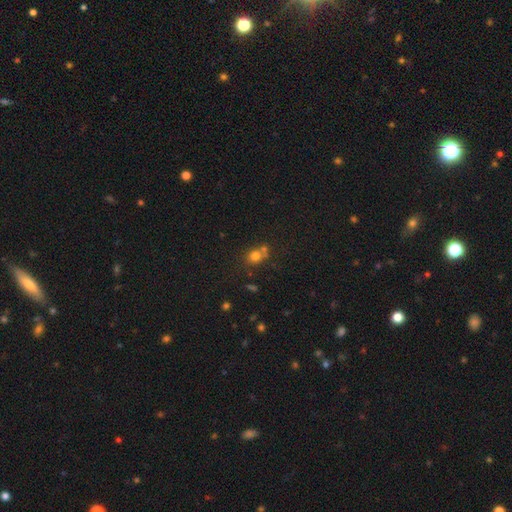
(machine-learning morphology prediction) The model was most divided on "merging": none: 52%, merger: 33%, minor disturbance: 11%, major disturbance: 4%. More confident: smooth or featured — smooth (74%); how rounded — round (71%).